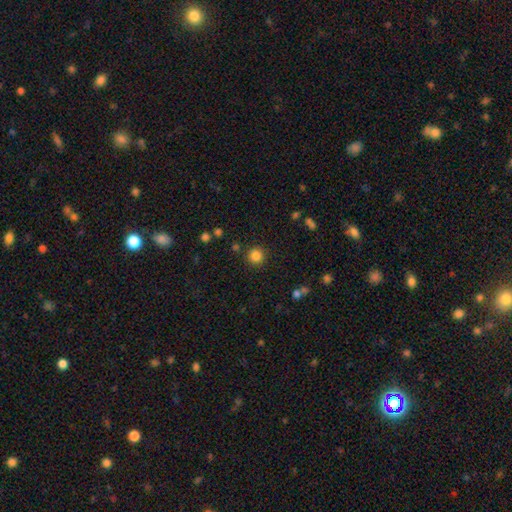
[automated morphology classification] Smooth or featured? smooth (84%)
How rounded? round (94%)
Merging? none (88%)